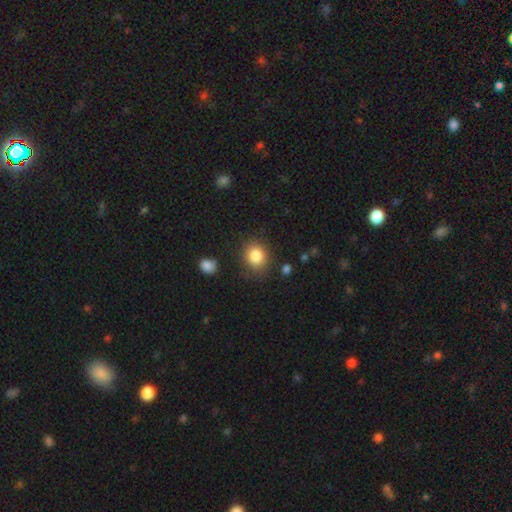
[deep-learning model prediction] This is clearly a smooth galaxy (84%). How rounded: likely round (66%). Merging: clearly none (82%).